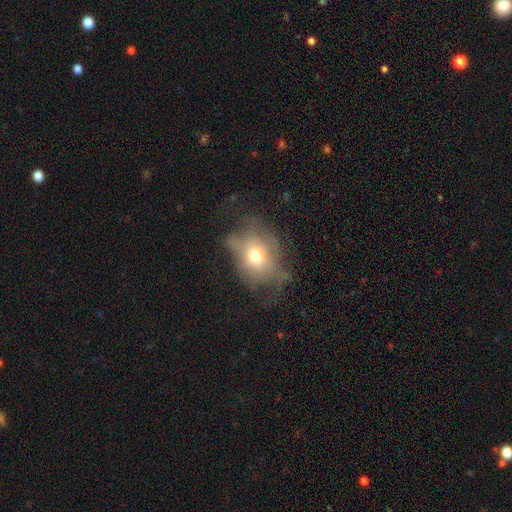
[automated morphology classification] The model was most divided on "merging": major disturbance: 35%, none: 34%, minor disturbance: 29%, merger: 3%. More confident: how rounded — in between (60%); smooth or featured — smooth (55%).